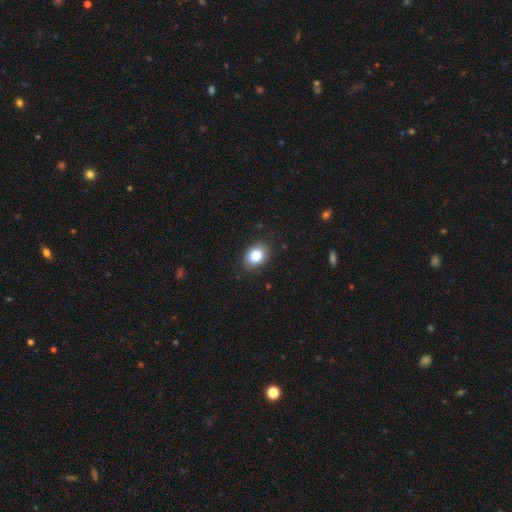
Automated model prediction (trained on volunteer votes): A smooth galaxy with no disk features (87%) that is in between round and cigar-shaped (64%).

Vote fractions:
- Smooth or featured? smooth: 87% / star or artifact: 8% / featured or disk: 5%
- How rounded? in between: 64% / round: 35% / cigar-shaped: 1%
- Merging? none: 84% / minor disturbance: 12% / major disturbance: 3% / merger: 1%